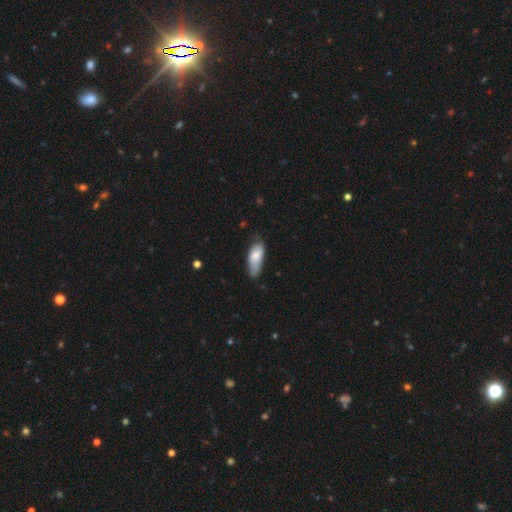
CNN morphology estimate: A smooth galaxy with no disk features (72%) that is in between round and cigar-shaped (77%). Merging: none (44%).